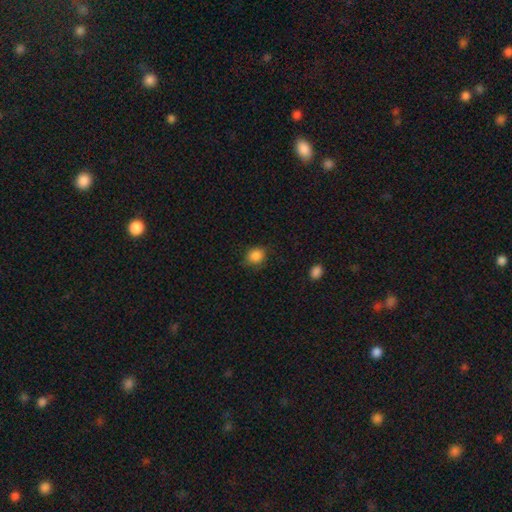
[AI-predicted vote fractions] Q: Smooth or featured?
A: smooth (86%); runner-up: star or artifact (10%)
Q: How rounded?
A: round (75%); runner-up: in between (24%)
Q: Merging?
A: none (78%); runner-up: minor disturbance (17%)